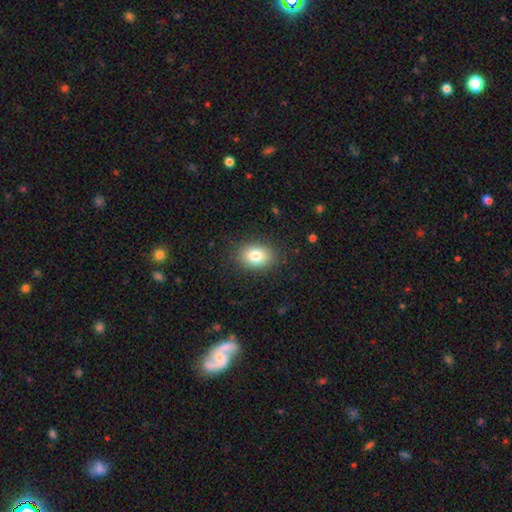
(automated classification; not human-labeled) Smooth or featured? smooth (82%)
How rounded? in between (71%)
Merging? none (87%)